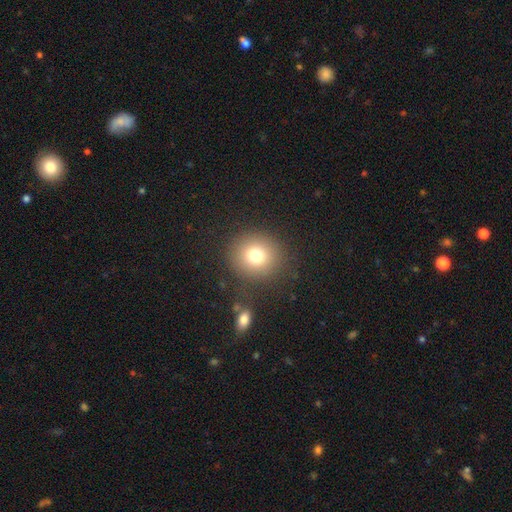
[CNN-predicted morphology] A smooth galaxy with no disk features (76%) that is round (87%).

Vote fractions:
- Smooth or featured? smooth: 76% / star or artifact: 13% / featured or disk: 10%
- How rounded? round: 87% / in between: 12% / cigar-shaped: 1%
- Merging? none: 85% / minor disturbance: 8% / major disturbance: 4% / merger: 3%